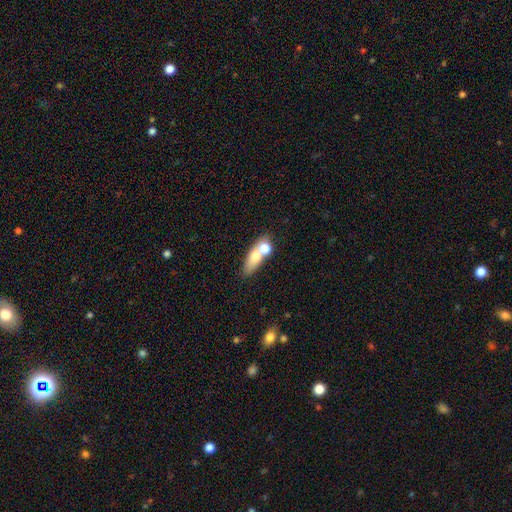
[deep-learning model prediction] The model was most divided on "merging": merger: 51%, none: 34%, minor disturbance: 10%, major disturbance: 6%. More confident: smooth or featured — smooth (65%); how rounded — in between (56%).